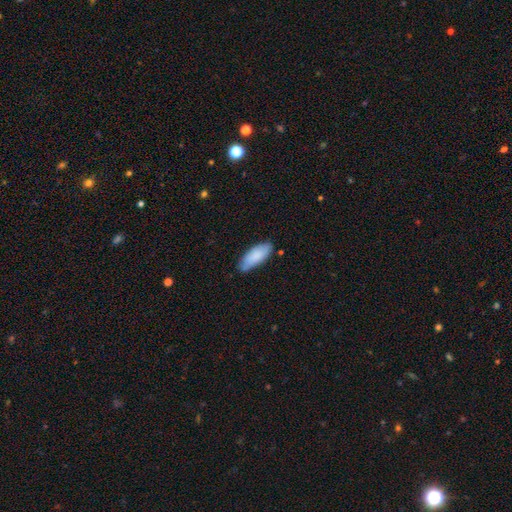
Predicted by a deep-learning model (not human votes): Q: Smooth or featured?
A: smooth (86%); runner-up: featured or disk (8%)
Q: How rounded?
A: in between (77%); runner-up: cigar-shaped (22%)
Q: Merging?
A: none (76%); runner-up: minor disturbance (19%)